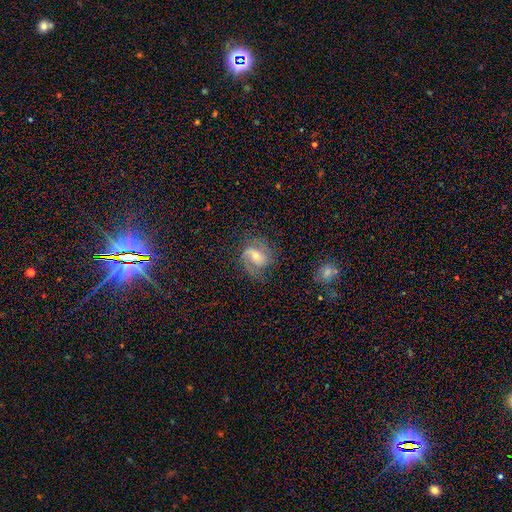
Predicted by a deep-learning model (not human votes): Overall: featured or disk (76%). Edge-on disk: no (97%). Bar: weak (43%; no 36%). Spiral arms: yes (93%). Spiral arm count: 2 (72%). Spiral winding: medium (47%; loose 31%). Bulge size: moderate (55%; small 41%). Merging: none (67%).